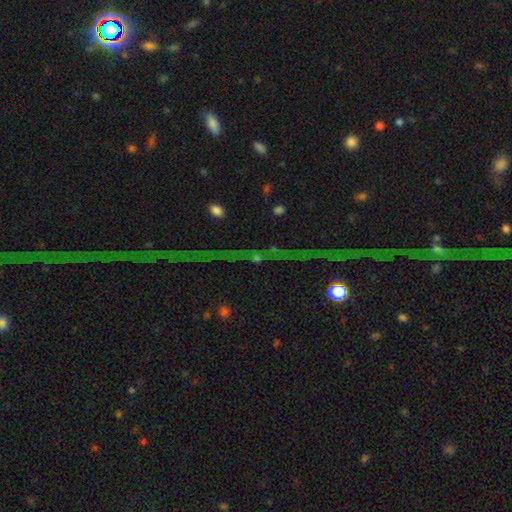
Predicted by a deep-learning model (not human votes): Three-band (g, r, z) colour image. It shows a star or artifact, not a galaxy (71%).